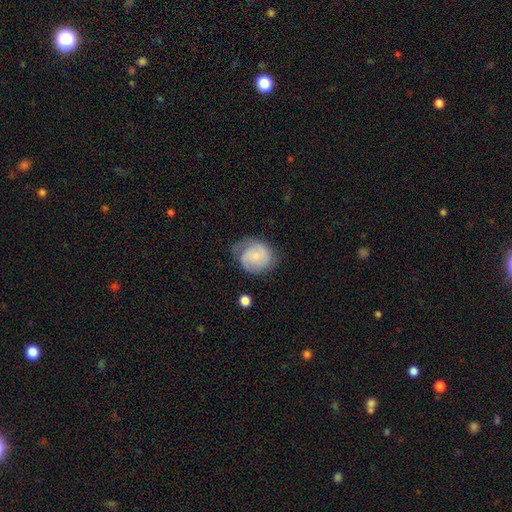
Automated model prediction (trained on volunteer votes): smooth-or-featured: featured or disk: 50% | smooth: 43% | star or artifact: 7%
  disk-edge-on: no: 97% | yes: 3%
  merging: none: 52% | minor disturbance: 31% | major disturbance: 15% | merger: 2%